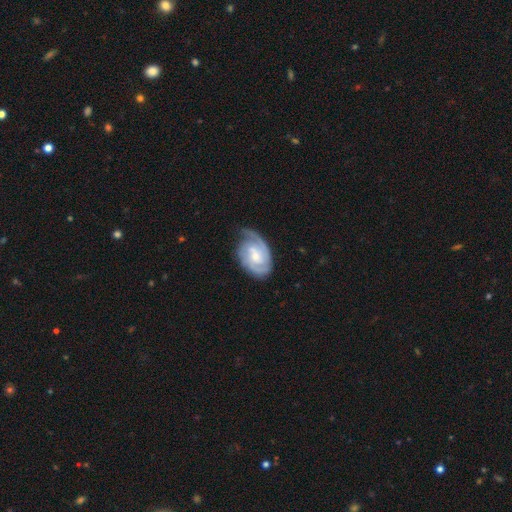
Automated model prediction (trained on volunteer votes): This is clearly a featured or disk galaxy (85%). It is clearly not viewed edge-on (97%). Bar: possibly no (47%). Spiral arm pattern: clearly yes (96%). Spiral arm count: possibly 2 (47%). Spiral winding: possibly tight (57%). Central bulge: possibly small (55%). Merging: likely none (62%).